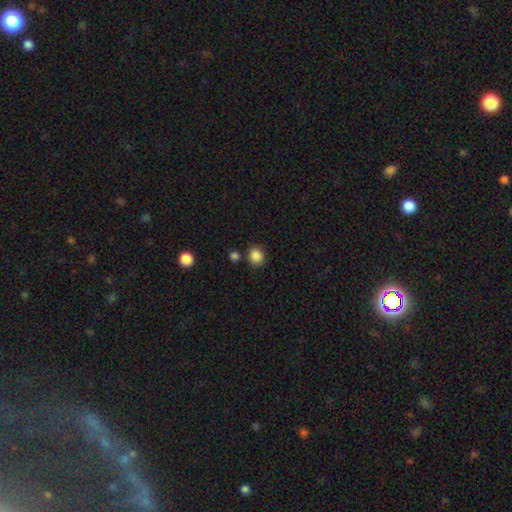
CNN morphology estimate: A smooth galaxy with no disk features (86%) that is round (73%). Merging: none (80%).